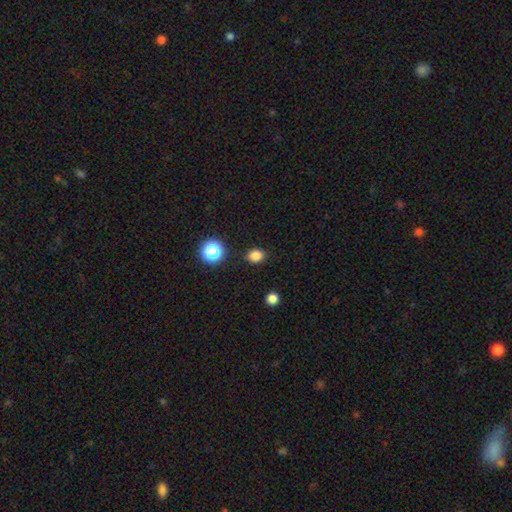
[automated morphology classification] The model was most divided on "how rounded": round: 53%, in between: 46%, cigar-shaped: 1%. More confident: merging — none (88%); smooth or featured — smooth (83%).